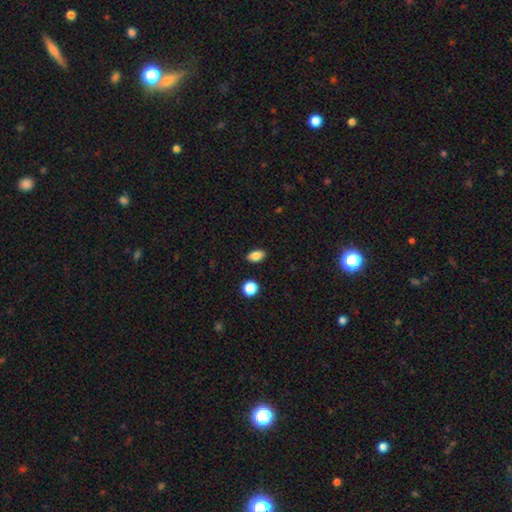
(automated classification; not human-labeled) Smooth or featured?
  - smooth: 85% *
  - star or artifact: 9%
  - featured or disk: 6%
How rounded?
  - in between: 88% *
  - round: 10%
  - cigar-shaped: 2%
Merging?
  - none: 89% *
  - minor disturbance: 8%
  - major disturbance: 2%
  - merger: 2%